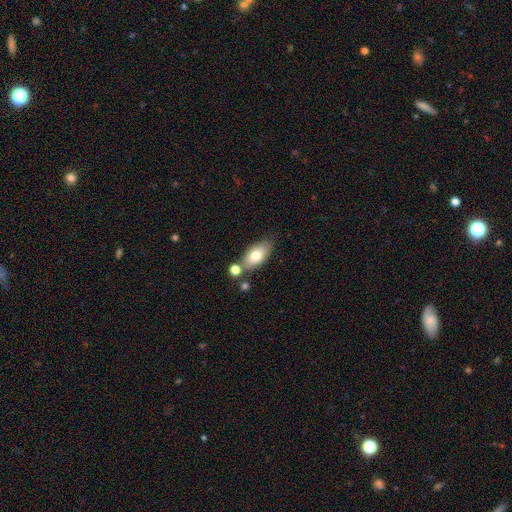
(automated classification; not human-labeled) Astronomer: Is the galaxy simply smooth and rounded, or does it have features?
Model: smooth — 76%.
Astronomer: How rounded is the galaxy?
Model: in between — 88%.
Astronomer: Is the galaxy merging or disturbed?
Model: none — 64%.